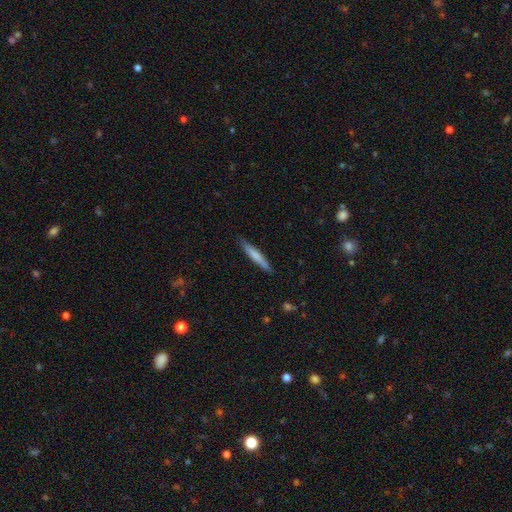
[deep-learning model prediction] Smooth or featured: smooth — 70% (featured or disk — 25%)
How rounded: cigar-shaped — 94% (in between — 5%)
Merging: none — 88% (minor disturbance — 9%)